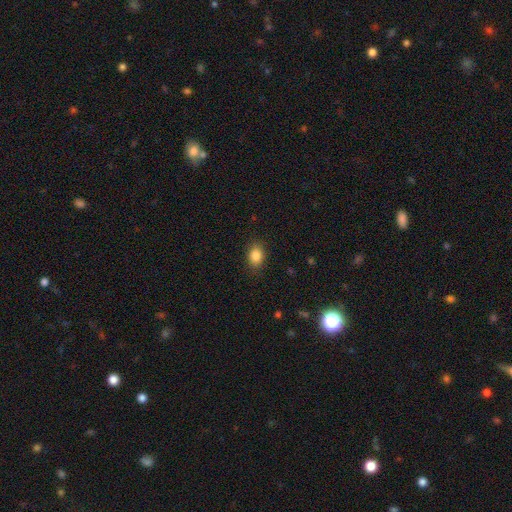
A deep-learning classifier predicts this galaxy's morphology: This is clearly a smooth galaxy (86%). How rounded: likely in between (69%). Merging: clearly none (86%).